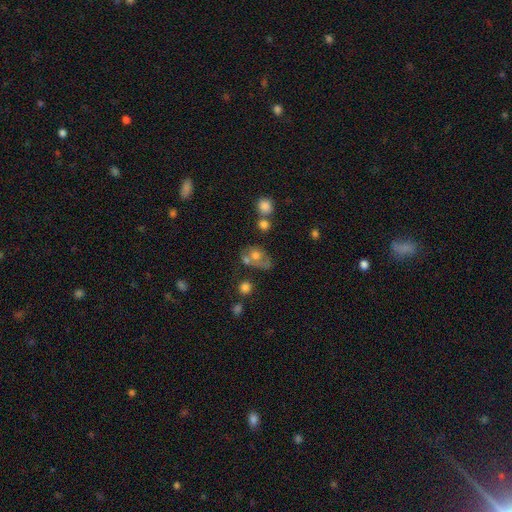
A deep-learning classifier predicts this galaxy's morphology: type=smooth (61%); roundness=in between (55%); merging=none (33%, tied with merger).